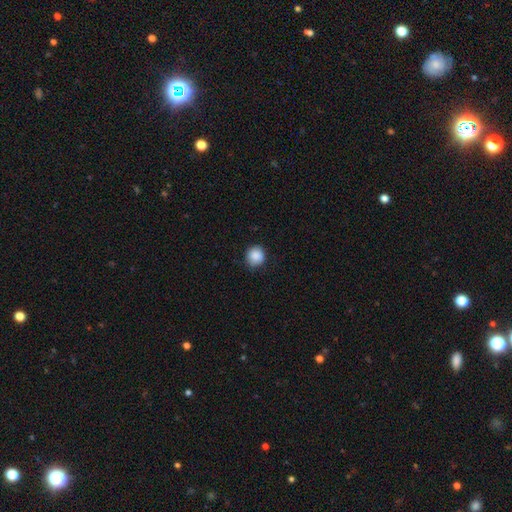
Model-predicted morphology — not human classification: This appears to be a smooth galaxy with no disk features (88%) that is round (91%). Merging: none (82%).